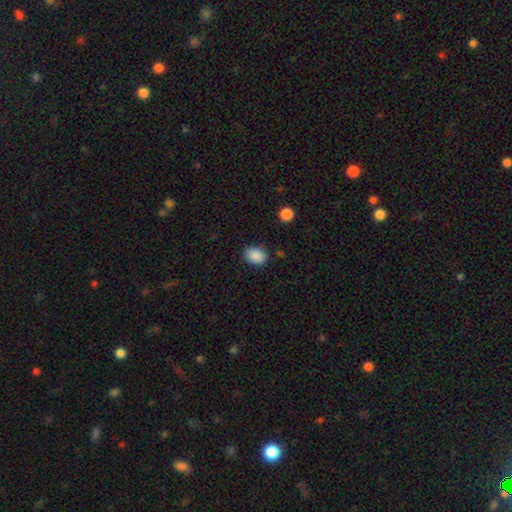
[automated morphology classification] A smooth galaxy with no disk features (89%) that is in between round and cigar-shaped (76%). Merging: none (83%).